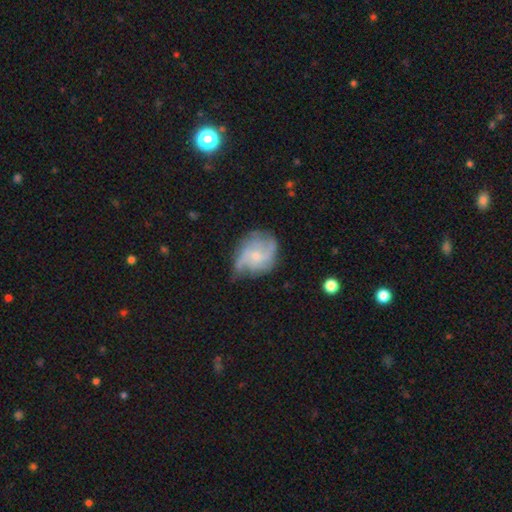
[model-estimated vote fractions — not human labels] This is likely a featured or disk galaxy (72%). It is clearly not viewed edge-on (97%). Bar: likely no (67%). Spiral arm pattern: clearly yes (88%). Spiral arm count: marginally 2 (29%). Spiral winding: marginally medium (41%). Central bulge: likely small (61%). Merging: possibly none (52%).